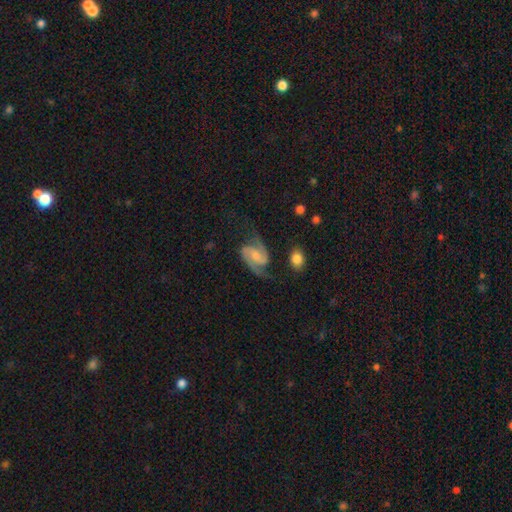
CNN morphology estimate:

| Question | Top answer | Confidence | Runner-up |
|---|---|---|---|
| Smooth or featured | featured or disk | 87% | smooth (8%) |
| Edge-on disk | no | 98% | yes (2%) |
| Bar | weak | 48% | no (32%) |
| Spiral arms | yes | 97% | no (3%) |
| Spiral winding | medium | 54% | loose (29%) |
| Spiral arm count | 2 | 93% | can't tell (2%) |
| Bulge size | small | 43% | moderate (33%) |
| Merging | none | 68% | minor disturbance (18%) |